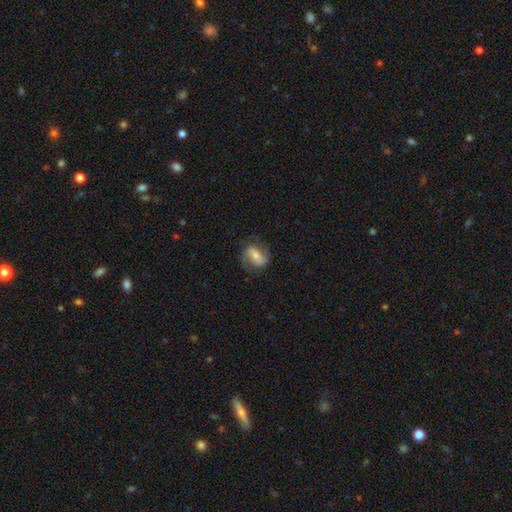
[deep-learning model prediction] Smooth or featured? Predicted: featured or disk (p=0.63). Edge-on disk? Predicted: no (p=0.97). Bar? Predicted: weak (p=0.36). Spiral arms? Predicted: yes (p=0.90). Spiral winding? Predicted: medium (p=0.46). Spiral arm count? Predicted: 2 (p=0.87). Bulge size? Predicted: moderate (p=0.46). Merging? Predicted: none (p=0.73).